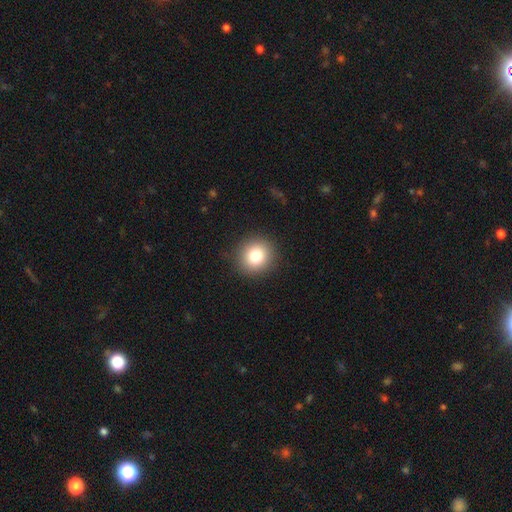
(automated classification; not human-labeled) A smooth galaxy with no disk features (80%) that is round (91%). Merging: none (91%).